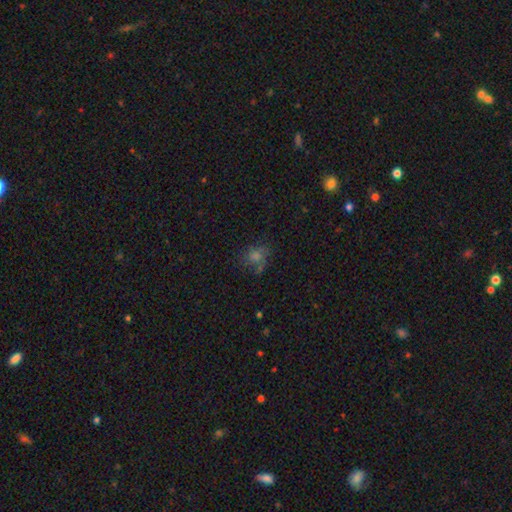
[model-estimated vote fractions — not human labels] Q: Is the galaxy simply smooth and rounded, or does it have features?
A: smooth — 52%.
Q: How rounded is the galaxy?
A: round — 58%.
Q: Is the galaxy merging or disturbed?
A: none — 59%.